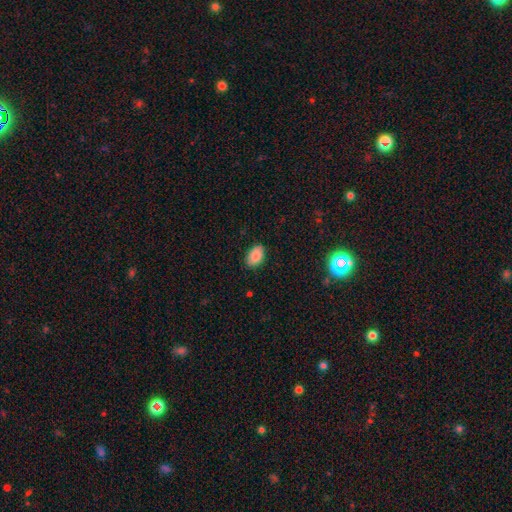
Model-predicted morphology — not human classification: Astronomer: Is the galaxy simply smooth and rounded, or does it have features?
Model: smooth — 88%.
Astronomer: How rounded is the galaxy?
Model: in between — 90%.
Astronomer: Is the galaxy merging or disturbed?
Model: none — 85%.